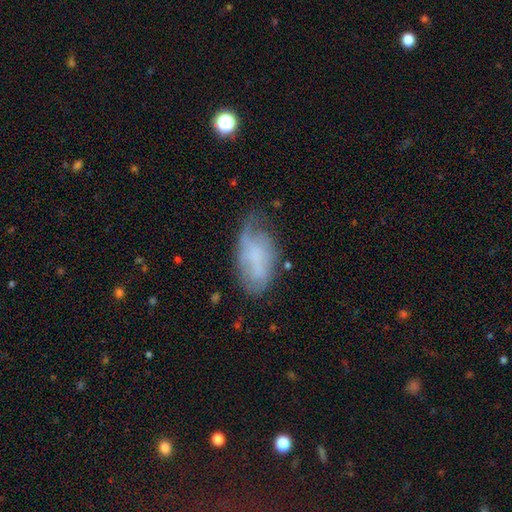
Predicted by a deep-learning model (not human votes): Smooth or featured: smooth — 48% (featured or disk — 44%)
Merging: none — 40% (minor disturbance — 35%)